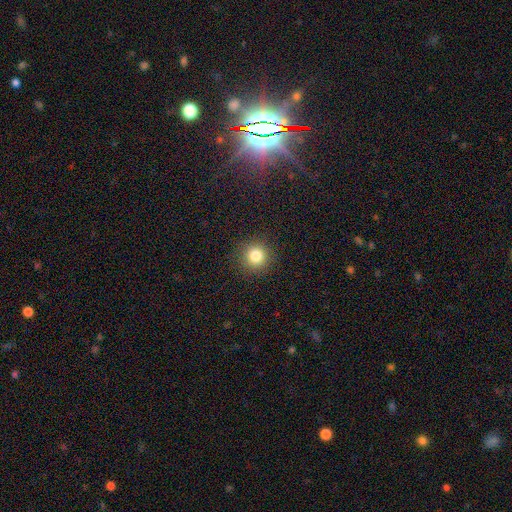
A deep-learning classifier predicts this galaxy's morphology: This appears to be a smooth galaxy with no disk features (82%) that is round (94%). Merging: none (91%).